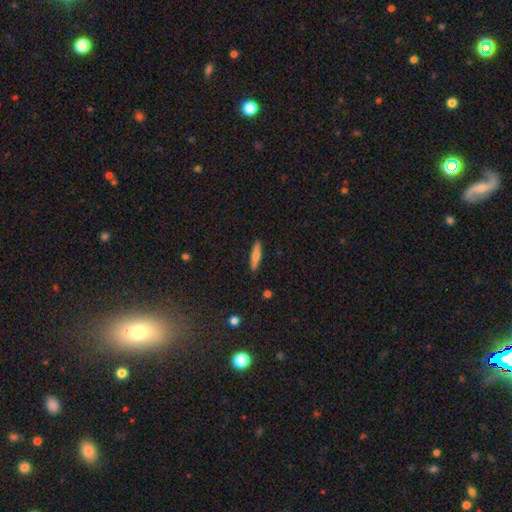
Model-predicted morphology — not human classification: This appears to be a smooth galaxy with no disk features (61%) that is cigar-shaped (85%). Merging: none (90%).